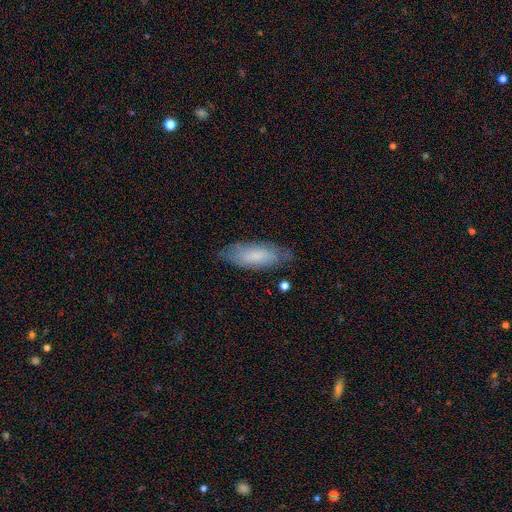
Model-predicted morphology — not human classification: Smooth or featured?
  - smooth: 67% *
  - featured or disk: 26%
  - star or artifact: 7%
How rounded?
  - in between: 69% *
  - cigar-shaped: 29%
  - round: 2%
Merging?
  - none: 73% *
  - minor disturbance: 20%
  - major disturbance: 5%
  - merger: 2%